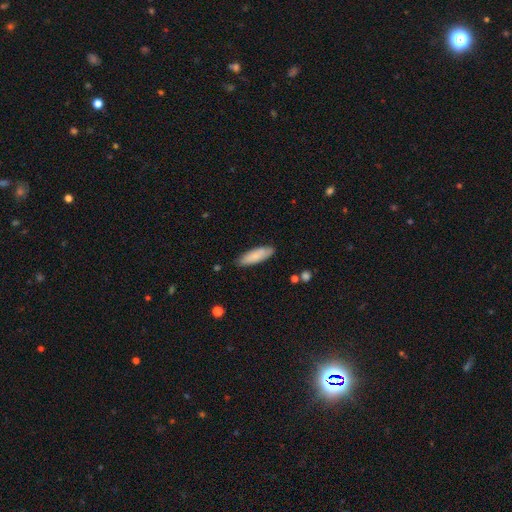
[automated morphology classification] smooth 78%, featured or disk 16%, star or artifact 6%. Down the decision tree: how rounded — in between (55%); merging — none (83%).